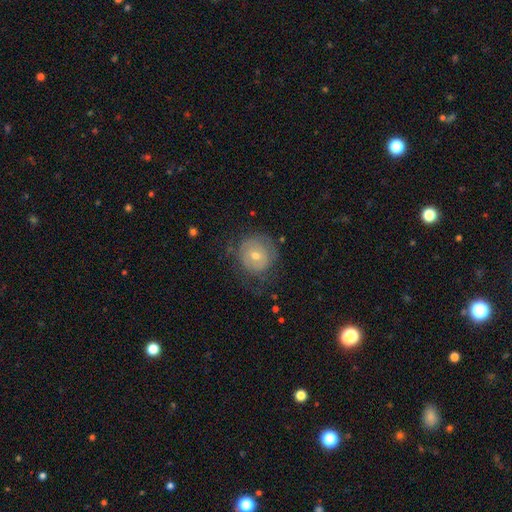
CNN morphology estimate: Overall: featured or disk (49%; smooth 41%). Merging: none (67%).